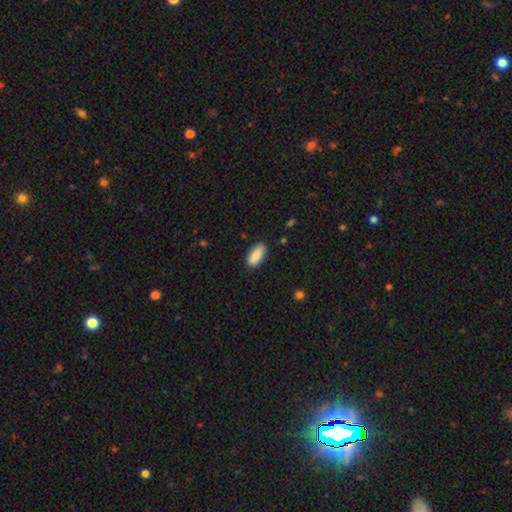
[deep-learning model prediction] Smooth or featured? smooth (89%)
How rounded? in between (91%)
Merging? none (85%)